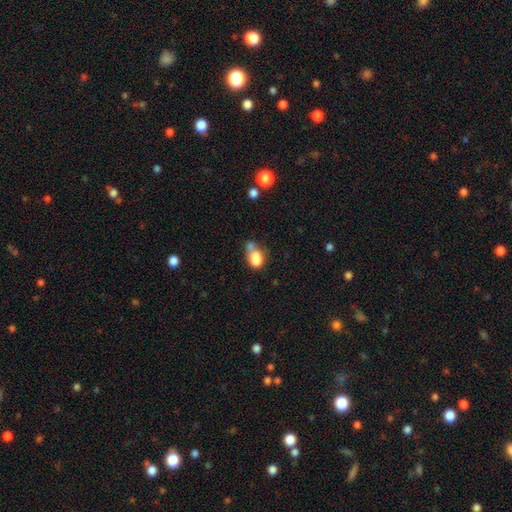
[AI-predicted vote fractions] A smooth galaxy with no disk features (76%) that is in between round and cigar-shaped (72%). Merging: merger (36%).